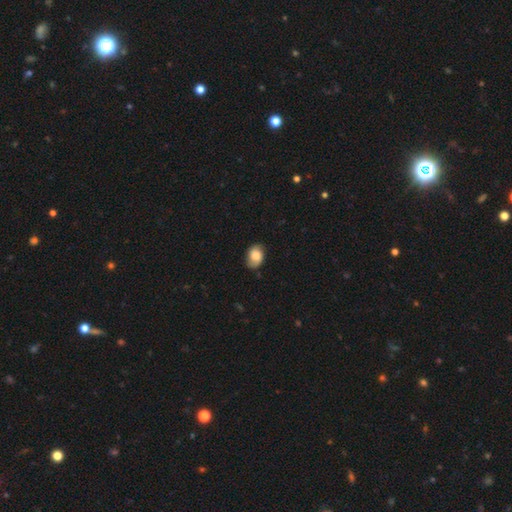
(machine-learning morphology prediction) A smooth galaxy with no disk features (67%) that is in between round and cigar-shaped (73%). Merging: none (72%).